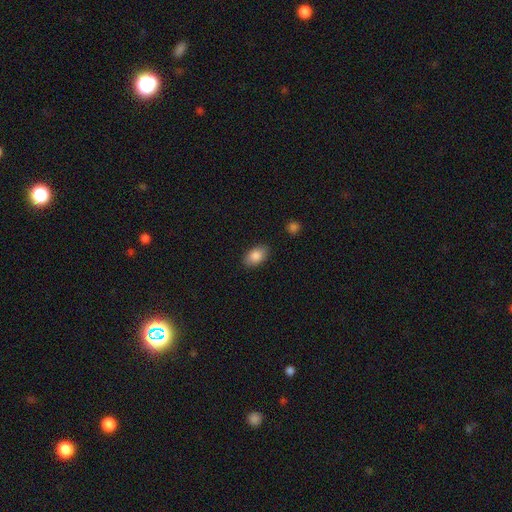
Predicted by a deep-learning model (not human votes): Overall: smooth (86%). How rounded: in between (90%). Merging: none (86%).